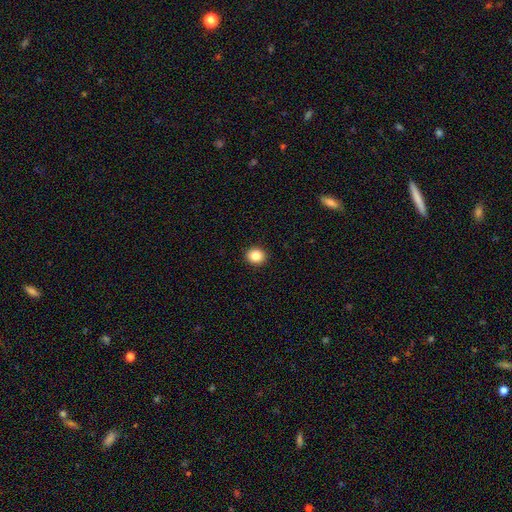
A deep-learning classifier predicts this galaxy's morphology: This appears to be a smooth galaxy with no disk features (86%) that is round (78%). Merging: none (93%).